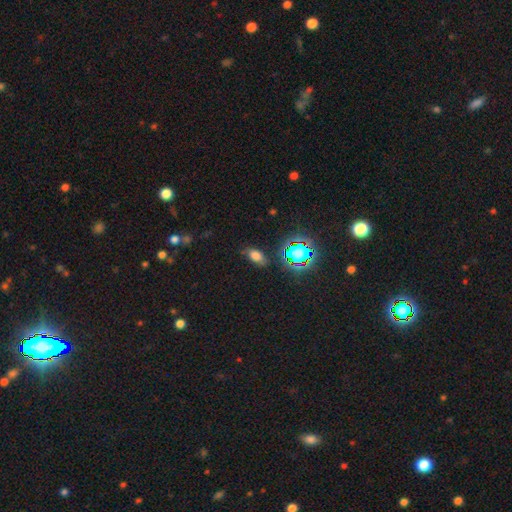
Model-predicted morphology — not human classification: Smooth or featured? smooth (66%)
How rounded? in between (87%)
Merging? none (75%)